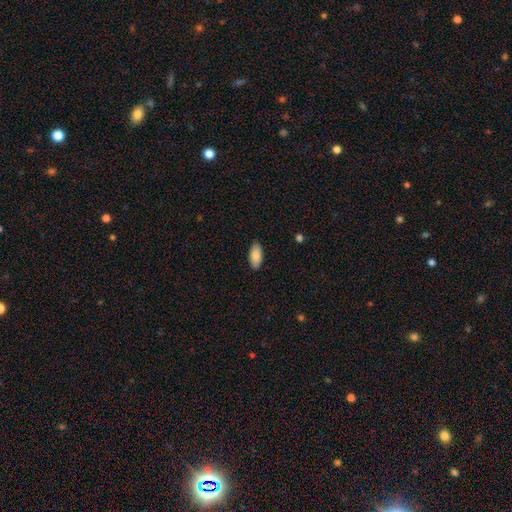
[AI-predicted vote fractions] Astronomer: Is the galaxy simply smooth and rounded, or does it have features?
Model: smooth — 85%.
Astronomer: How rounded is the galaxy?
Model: in between — 91%.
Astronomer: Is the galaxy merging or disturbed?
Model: none — 88%.